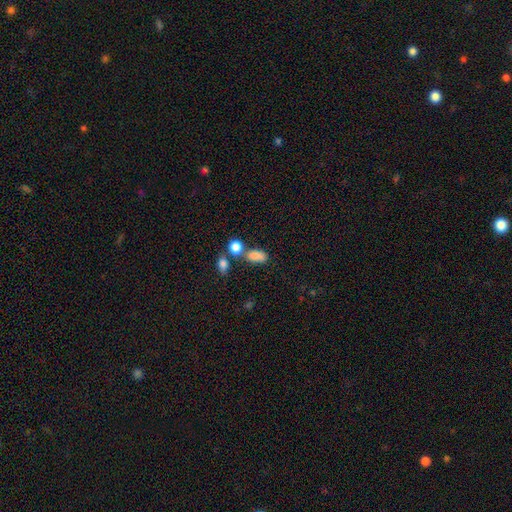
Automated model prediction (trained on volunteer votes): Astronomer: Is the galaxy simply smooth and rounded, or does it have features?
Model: smooth — 82%.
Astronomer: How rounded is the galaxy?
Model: in between — 82%.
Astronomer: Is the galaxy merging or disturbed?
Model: none — 45% (runner-up: merger, 33%).